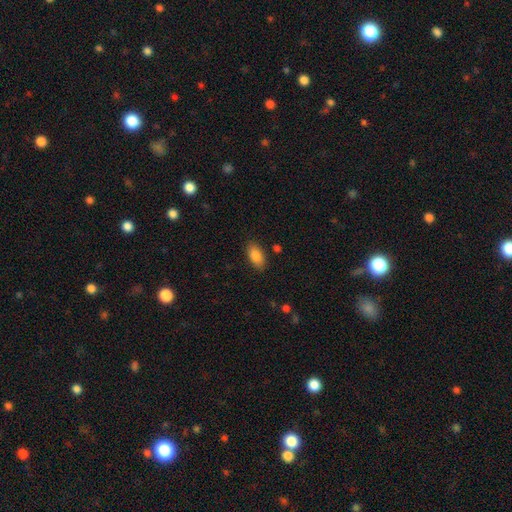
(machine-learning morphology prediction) A smooth galaxy with no disk features (85%) that is in between round and cigar-shaped (92%).

Vote fractions:
- Smooth or featured? smooth: 85% / star or artifact: 7% / featured or disk: 7%
- How rounded? in between: 92% / cigar-shaped: 5% / round: 3%
- Merging? none: 86% / minor disturbance: 10% / major disturbance: 2% / merger: 2%